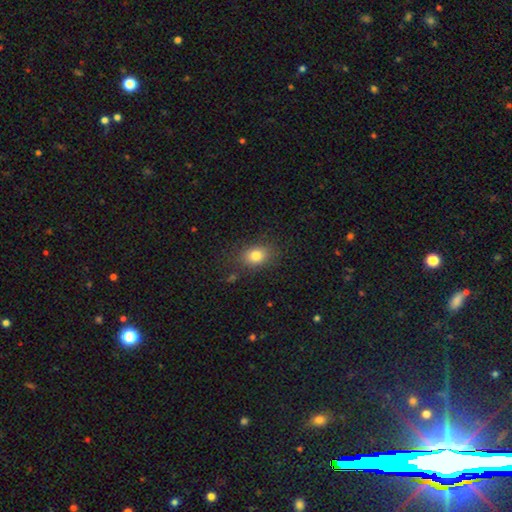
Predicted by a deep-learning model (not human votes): Smooth or featured? Predicted: smooth (p=0.81). How rounded? Predicted: in between (p=0.58). Merging? Predicted: none (p=0.82).